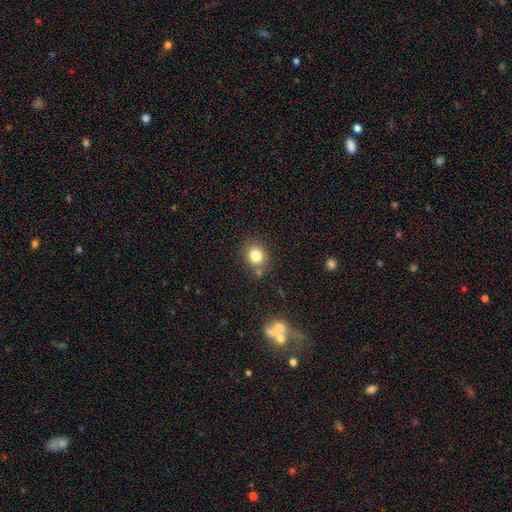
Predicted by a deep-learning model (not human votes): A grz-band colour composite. It shows a smooth galaxy with no disk features (82%) that is round (61%). Merging: none (75%).